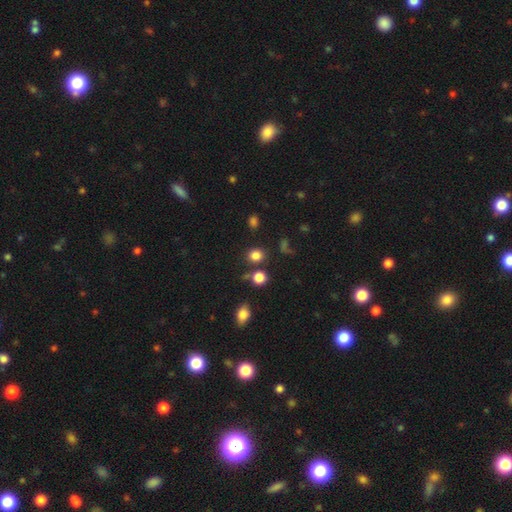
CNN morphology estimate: This appears to be a smooth galaxy with no disk features (81%) that is round (75%). Merging: none (78%).